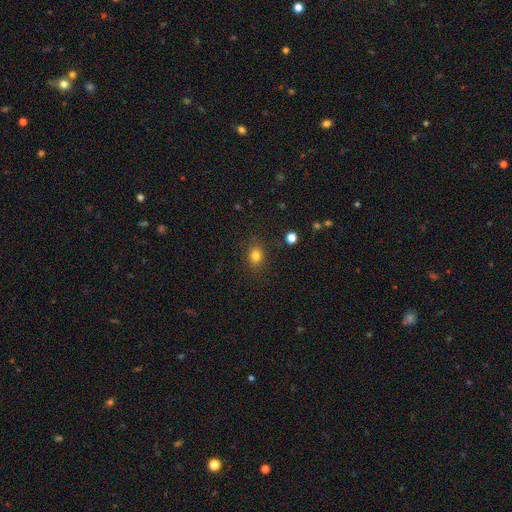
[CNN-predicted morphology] A smooth galaxy with no disk features (80%) that is in between round and cigar-shaped (53%).

Vote fractions:
- Smooth or featured? smooth: 80% / star or artifact: 13% / featured or disk: 7%
- How rounded? in between: 53% / round: 46% / cigar-shaped: 1%
- Merging? none: 84% / minor disturbance: 11% / major disturbance: 3% / merger: 2%